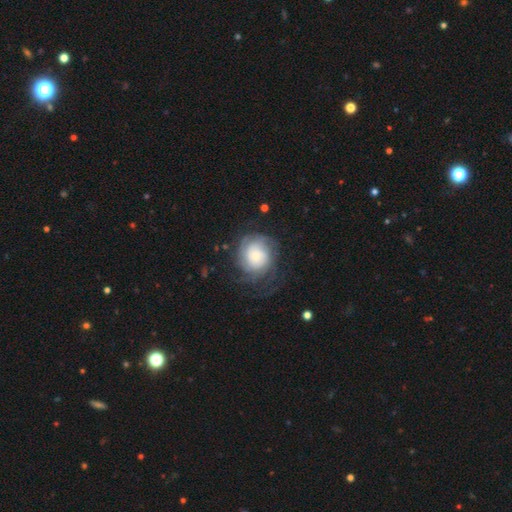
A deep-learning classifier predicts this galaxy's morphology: Smooth or featured?
  - featured or disk: 66% *
  - smooth: 26%
  - star or artifact: 8%
Edge-on disk?
  - no: 98% *
  - yes: 2%
Bar?
  - no: 77% *
  - weak: 19%
  - strong: 4%
Spiral arms?
  - yes: 90% *
  - no: 10%
Spiral winding?
  - tight: 61% *
  - medium: 27%
  - loose: 12%
Spiral arm count?
  - can't tell: 45% *
  - 2: 16%
  - 3: 15%
  - 4: 11%
  - more than 4: 7%
  - 1: 6%
Bulge size?
  - small: 45% *
  - moderate: 27%
  - large: 20%
  - dominant: 5%
  - none: 4%
Merging?
  - none: 61% *
  - major disturbance: 19%
  - minor disturbance: 19%
  - merger: 1%